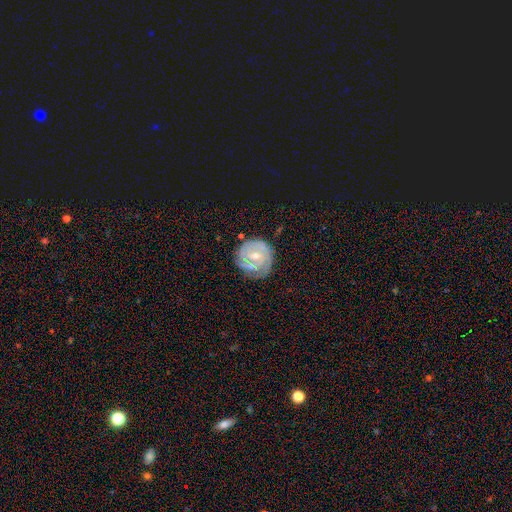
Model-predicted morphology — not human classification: smooth_or_featured: featured or disk (p=0.78) [alt: smooth p=0.16]
disk_edge_on: no (p=0.98) [alt: yes p=0.02]
bar: no (p=0.58) [alt: weak p=0.33]
has_spiral_arms: yes (p=0.92) [alt: no p=0.08]
spiral_winding: tight (p=0.75) [alt: medium p=0.20]
spiral_arm_count: 2 (p=0.32) [alt: can't tell p=0.28]
bulge_size: small (p=0.52) [alt: moderate p=0.44]
merging: none (p=0.68) [alt: minor disturbance p=0.20]